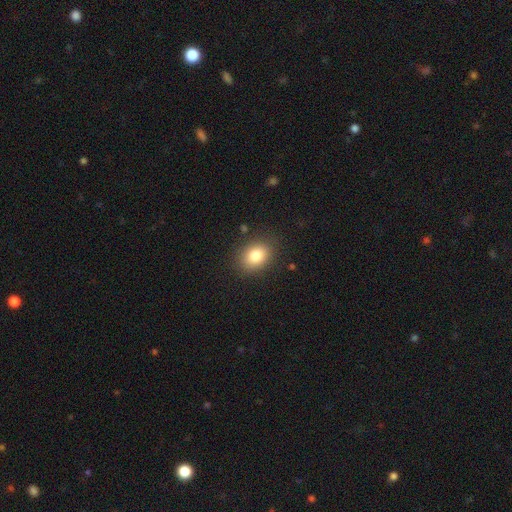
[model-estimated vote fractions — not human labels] Overall: smooth (82%). How rounded: in between (61%; round 38%). Merging: none (86%).